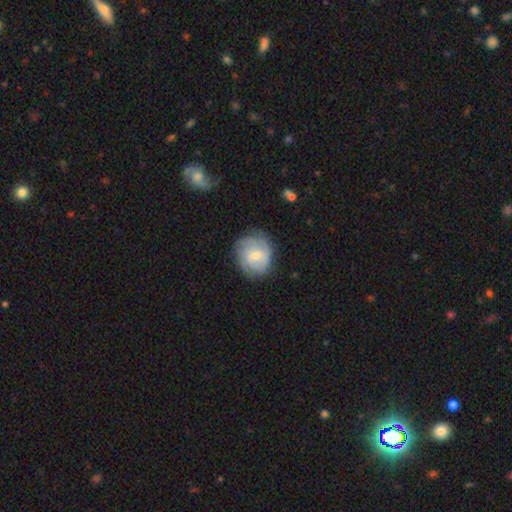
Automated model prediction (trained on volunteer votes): featured or disk 55%, smooth 38%, star or artifact 7%. Down the decision tree: edge-on disk — no (98%); bar — no (58%); spiral arms — yes (84%); bulge size — small (53%); merging — none (73%).